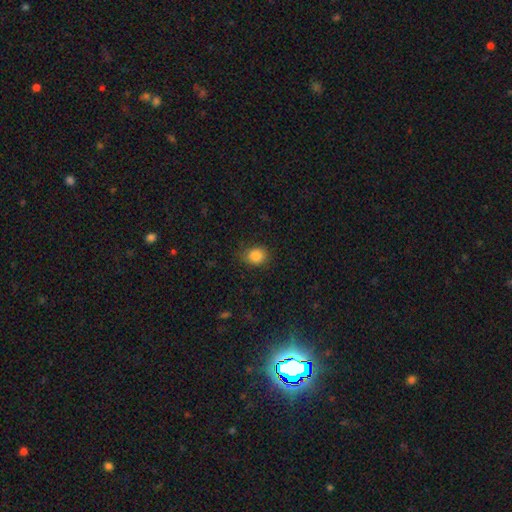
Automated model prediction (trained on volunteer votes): smooth_or_featured: smooth (p=0.86) [alt: star or artifact p=0.10]
how_rounded: round (p=0.59) [alt: in between p=0.40]
merging: none (p=0.80) [alt: minor disturbance p=0.15]